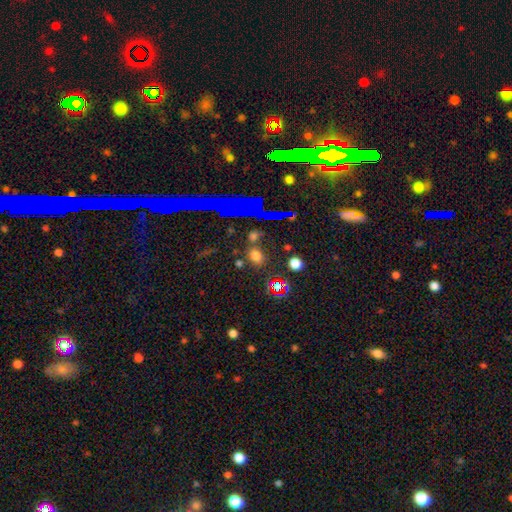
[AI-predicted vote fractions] The model was most divided on "how rounded": round: 50%, in between: 48%, cigar-shaped: 2%. More confident: merging — none (78%); smooth or featured — smooth (69%).